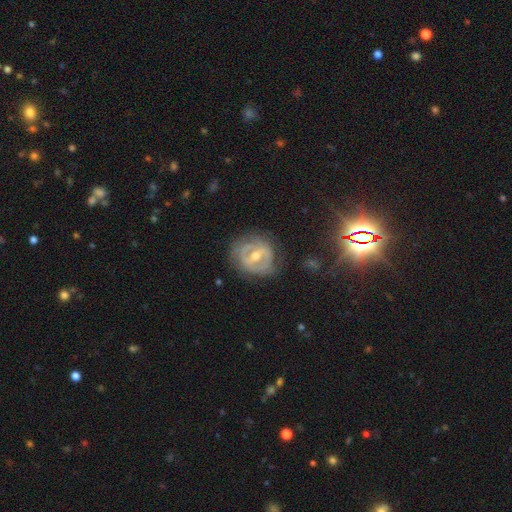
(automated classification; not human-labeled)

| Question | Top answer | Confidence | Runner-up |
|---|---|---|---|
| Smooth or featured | featured or disk | 74% | smooth (15%) |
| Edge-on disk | no | 94% | yes (6%) |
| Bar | strong | 54% | weak (32%) |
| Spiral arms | yes | 54% | no (46%) |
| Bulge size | moderate | 63% | small (33%) |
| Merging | none | 74% | minor disturbance (16%) |